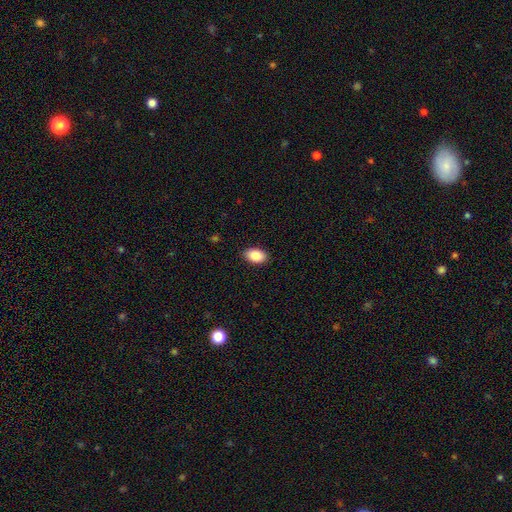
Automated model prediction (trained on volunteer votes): Smooth or featured?
  - smooth: 88% *
  - star or artifact: 7%
  - featured or disk: 5%
How rounded?
  - in between: 91% *
  - round: 8%
  - cigar-shaped: 1%
Merging?
  - none: 88% *
  - minor disturbance: 9%
  - major disturbance: 2%
  - merger: 1%